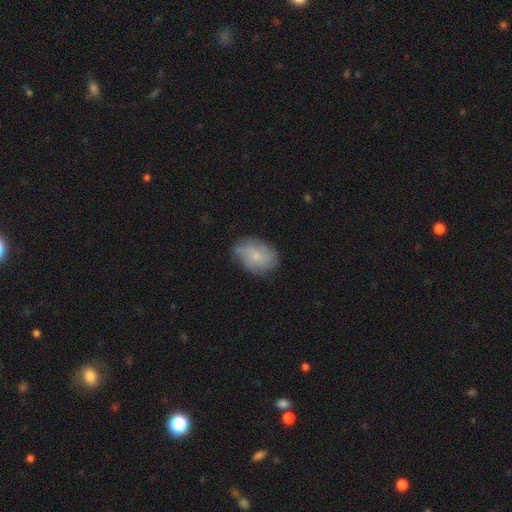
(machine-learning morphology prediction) smooth-or-featured: smooth: 53% | featured or disk: 39% | star or artifact: 8%
  how-rounded: in between: 74% | round: 24% | cigar-shaped: 1%
  merging: none: 67% | minor disturbance: 25% | major disturbance: 7% | merger: 2%